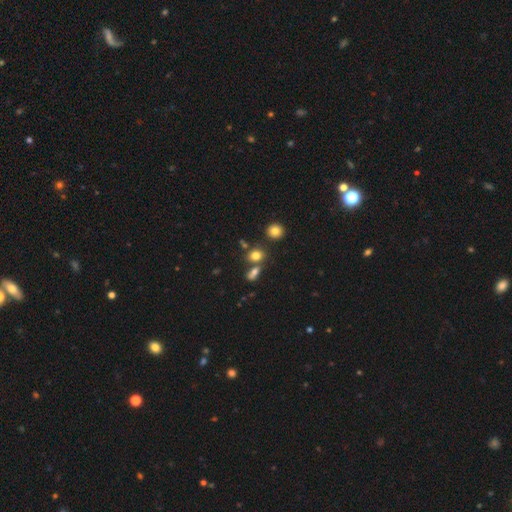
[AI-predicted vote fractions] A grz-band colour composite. It shows a smooth galaxy with no disk features (78%) that is in between round and cigar-shaped (56%). Merging: none (59%).